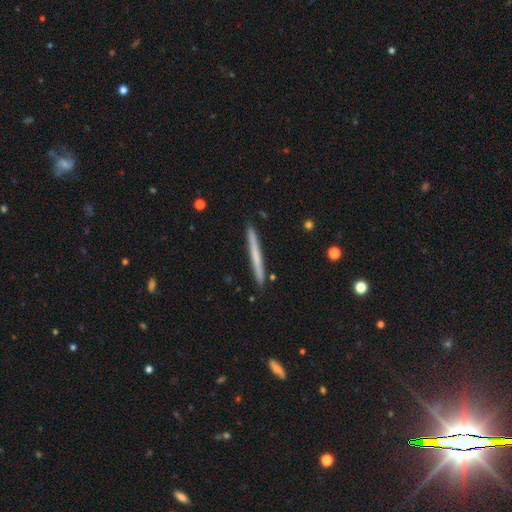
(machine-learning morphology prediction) Smooth or featured? Predicted: smooth (p=0.54). How rounded? Predicted: cigar-shaped (p=0.97). Merging? Predicted: none (p=0.92).